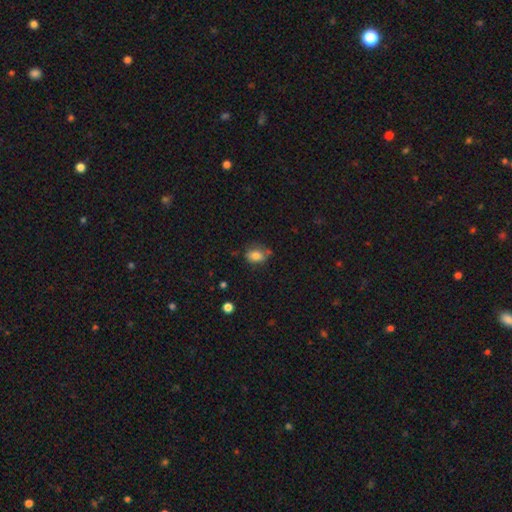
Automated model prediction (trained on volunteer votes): Smooth or featured? Predicted: smooth (p=0.80). How rounded? Predicted: in between (p=0.69). Merging? Predicted: none (p=0.62).